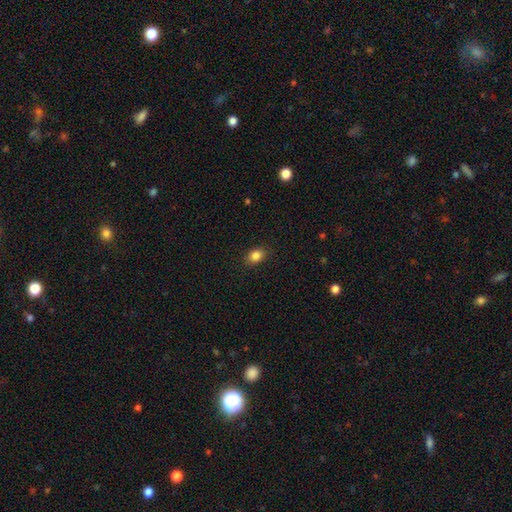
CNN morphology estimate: The model was most divided on "how rounded": in between: 69%, round: 30%, cigar-shaped: 1%. More confident: merging — none (86%); smooth or featured — smooth (85%).